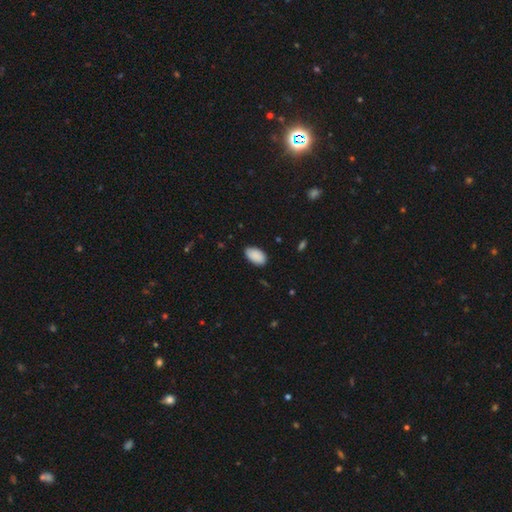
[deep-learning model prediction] Smooth or featured? smooth (90%)
How rounded? in between (95%)
Merging? none (82%)